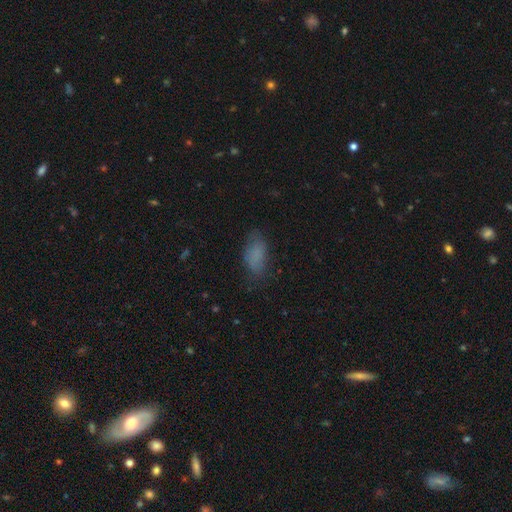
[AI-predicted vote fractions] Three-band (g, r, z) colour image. It shows a smooth galaxy with no disk features (79%) that is in between round and cigar-shaped (90%). Merging: none (67%).